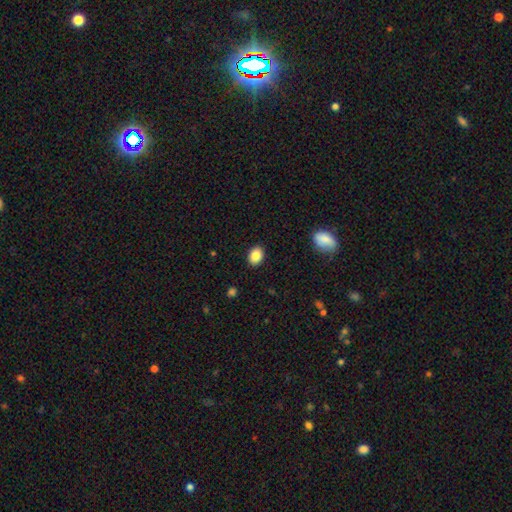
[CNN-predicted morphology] A smooth galaxy with no disk features (86%) that is in between round and cigar-shaped (71%).

Vote fractions:
- Smooth or featured? smooth: 86% / star or artifact: 8% / featured or disk: 5%
- How rounded? in between: 71% / round: 28% / cigar-shaped: 1%
- Merging? none: 89% / minor disturbance: 8% / major disturbance: 2% / merger: 1%